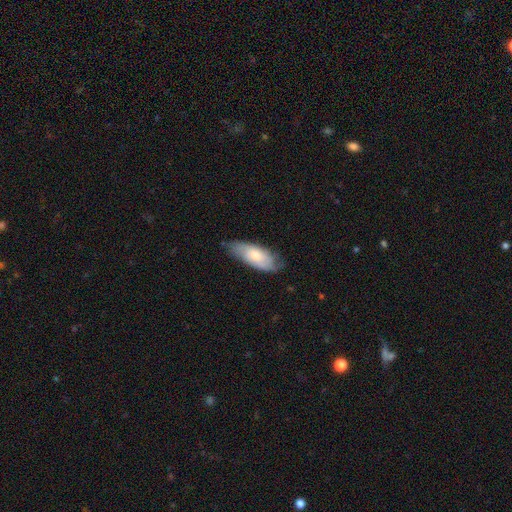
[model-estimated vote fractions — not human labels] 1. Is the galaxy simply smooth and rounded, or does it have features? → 58% smooth, 36% featured or disk, 6% star or artifact.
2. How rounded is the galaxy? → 76% in between, 21% cigar-shaped, 2% round.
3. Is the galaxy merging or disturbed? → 67% none, 26% minor disturbance, 6% major disturbance, 1% merger.